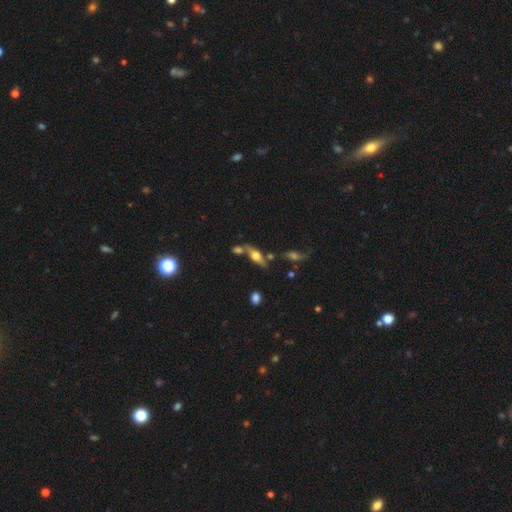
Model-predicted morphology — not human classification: A featured or disk galaxy (50%).

Vote fractions:
- Smooth or featured? featured or disk: 50% / smooth: 41% / star or artifact: 10%
- Merging? none: 54% / merger: 25% / minor disturbance: 15% / major disturbance: 7%